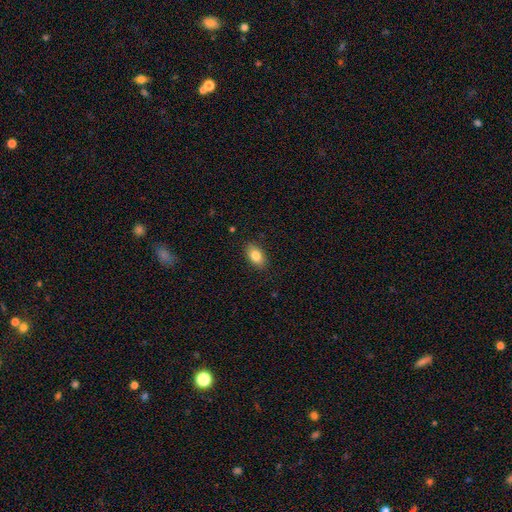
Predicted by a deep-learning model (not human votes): This appears to be a smooth galaxy with no disk features (83%) that is in between round and cigar-shaped (91%). Merging: none (87%).